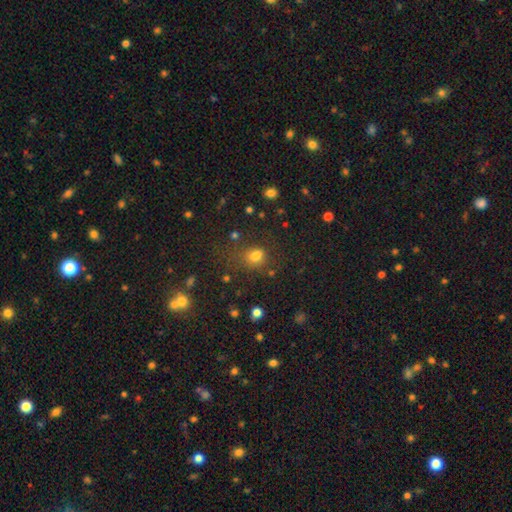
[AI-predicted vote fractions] Smooth or featured: smooth — 73% (star or artifact — 19%)
How rounded: round — 50% (in between — 48%)
Merging: none — 62% (minor disturbance — 18%)